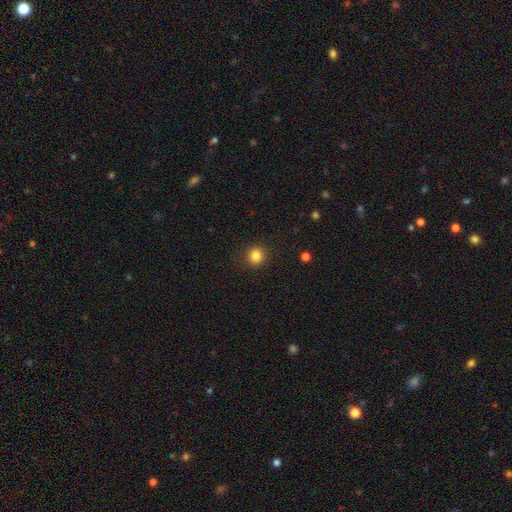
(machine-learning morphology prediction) smooth_or_featured: smooth (p=0.84) [alt: star or artifact p=0.11]
how_rounded: round (p=0.92) [alt: in between p=0.07]
merging: none (p=0.90) [alt: minor disturbance p=0.06]